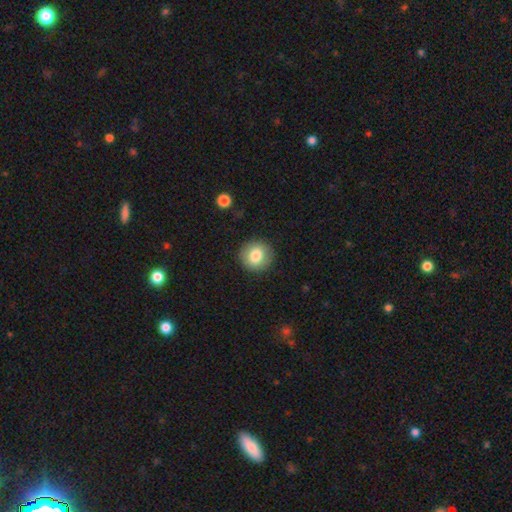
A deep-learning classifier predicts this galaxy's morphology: smooth-or-featured: smooth: 81% | featured or disk: 11% | star or artifact: 8%
  how-rounded: round: 91% | in between: 8% | cigar-shaped: 1%
  merging: none: 89% | minor disturbance: 7% | major disturbance: 2% | merger: 1%